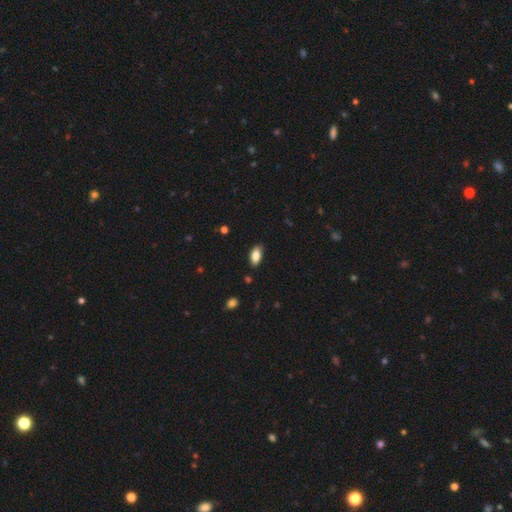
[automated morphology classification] A smooth galaxy with no disk features (85%) that is in between round and cigar-shaped (91%).

Vote fractions:
- Smooth or featured? smooth: 85% / featured or disk: 8% / star or artifact: 7%
- How rounded? in between: 91% / cigar-shaped: 6% / round: 3%
- Merging? none: 83% / minor disturbance: 14% / major disturbance: 2% / merger: 1%